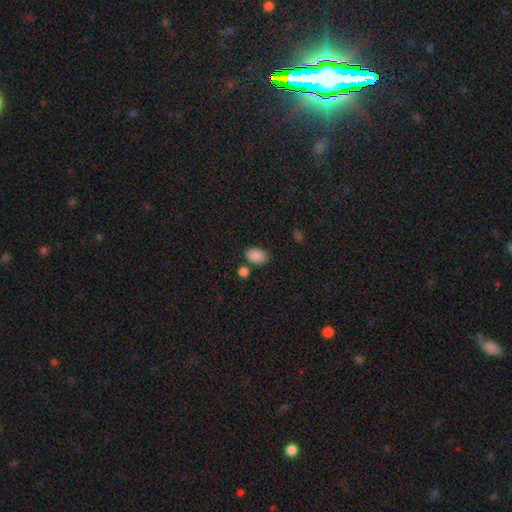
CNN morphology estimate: Smooth or featured?
  - smooth: 88% *
  - star or artifact: 8%
  - featured or disk: 3%
How rounded?
  - in between: 90% *
  - round: 9%
  - cigar-shaped: 1%
Merging?
  - none: 72% *
  - minor disturbance: 14%
  - merger: 10%
  - major disturbance: 4%